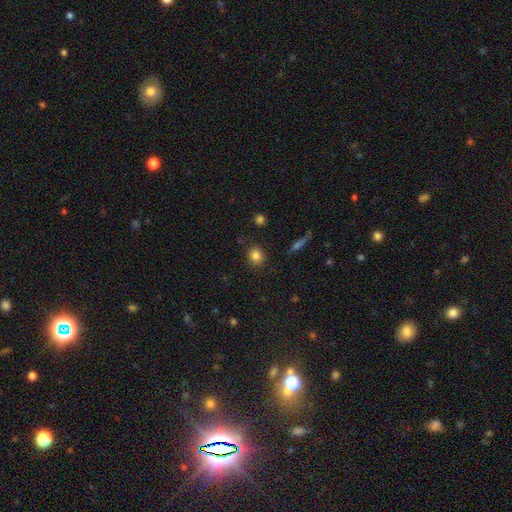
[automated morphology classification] This appears to be a smooth galaxy with no disk features (83%) that is round (73%). Merging: none (87%).